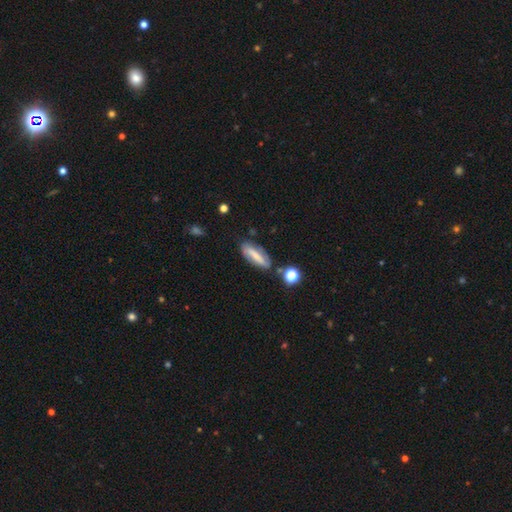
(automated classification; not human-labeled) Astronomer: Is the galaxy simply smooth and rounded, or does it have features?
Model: smooth — 47% (runner-up: featured or disk, 45%).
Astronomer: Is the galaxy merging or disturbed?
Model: none — 72%.